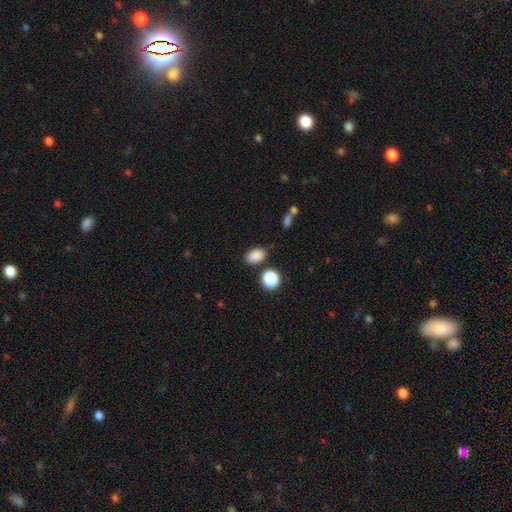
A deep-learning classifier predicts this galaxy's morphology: smooth-or-featured: smooth: 85% | star or artifact: 11% | featured or disk: 4%
  how-rounded: in between: 80% | round: 18% | cigar-shaped: 1%
  merging: none: 79% | minor disturbance: 12% | merger: 6% | major disturbance: 3%